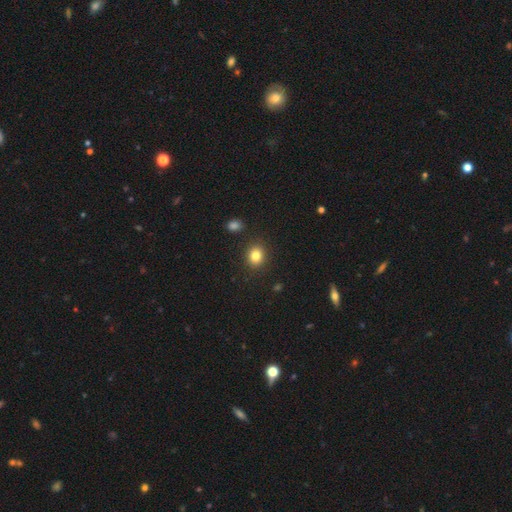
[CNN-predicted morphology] Smooth or featured?
  - smooth: 83% *
  - star or artifact: 11%
  - featured or disk: 6%
How rounded?
  - round: 66% *
  - in between: 33%
  - cigar-shaped: 1%
Merging?
  - none: 88% *
  - minor disturbance: 8%
  - major disturbance: 2%
  - merger: 2%